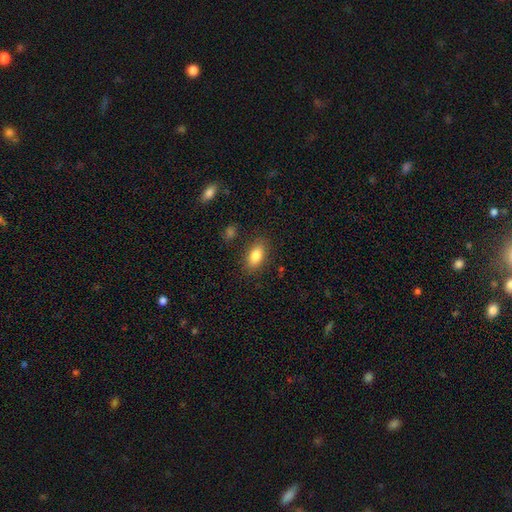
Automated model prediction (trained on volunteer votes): smooth_or_featured: smooth (p=0.84) [alt: featured or disk p=0.08]
how_rounded: in between (p=0.89) [alt: round p=0.06]
merging: none (p=0.85) [alt: minor disturbance p=0.10]